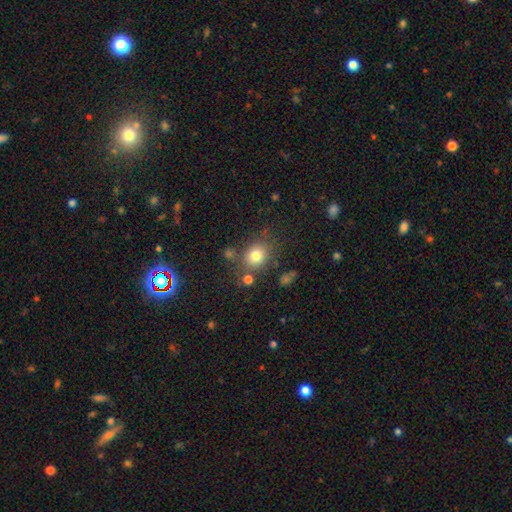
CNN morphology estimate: Smooth or featured? Predicted: smooth (p=0.77). How rounded? Predicted: round (p=0.65). Merging? Predicted: none (p=0.74).